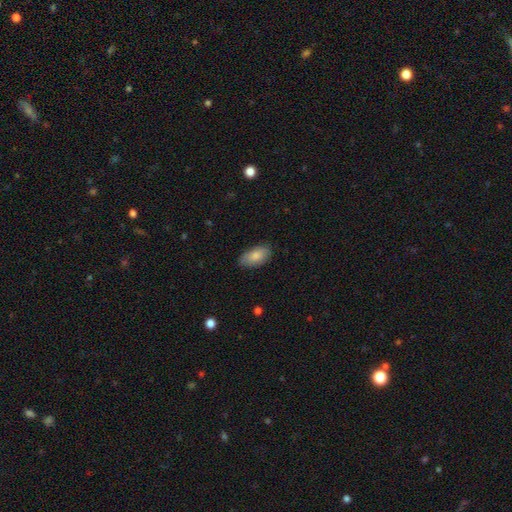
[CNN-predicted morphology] A smooth galaxy with no disk features (84%) that is in between round and cigar-shaped (93%).

Vote fractions:
- Smooth or featured? smooth: 84% / featured or disk: 10% / star or artifact: 6%
- How rounded? in between: 93% / cigar-shaped: 4% / round: 3%
- Merging? none: 83% / minor disturbance: 13% / major disturbance: 2% / merger: 1%